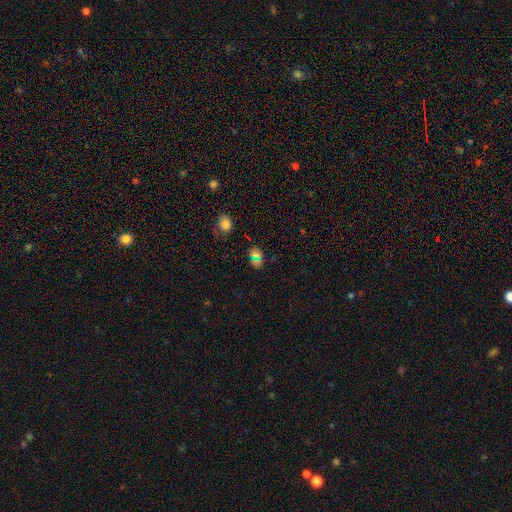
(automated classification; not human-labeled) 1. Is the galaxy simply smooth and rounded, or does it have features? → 56% smooth, 35% star or artifact, 8% featured or disk.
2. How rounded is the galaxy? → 52% in between, 45% round, 3% cigar-shaped.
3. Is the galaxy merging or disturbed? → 81% none, 12% minor disturbance, 4% major disturbance, 3% merger.